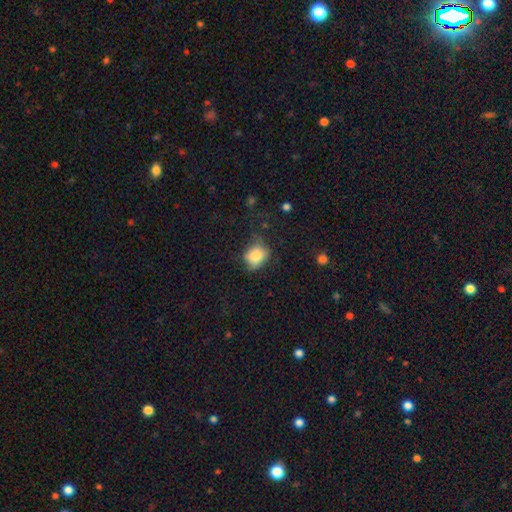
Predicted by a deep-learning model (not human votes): This is likely a smooth galaxy (80%). How rounded: possibly round (54%). Merging: possibly none (51%).